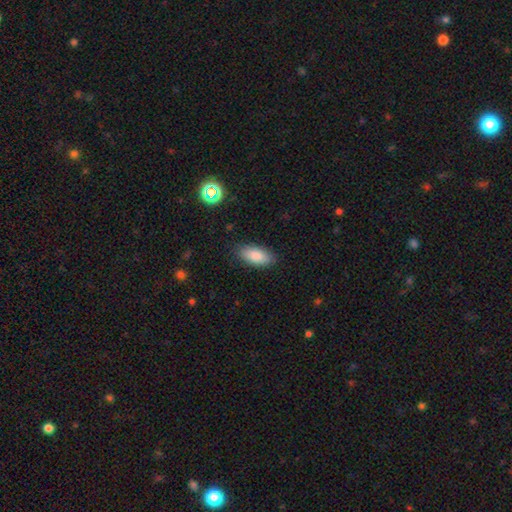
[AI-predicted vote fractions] Overall: smooth (85%). How rounded: in between (88%). Merging: none (85%).